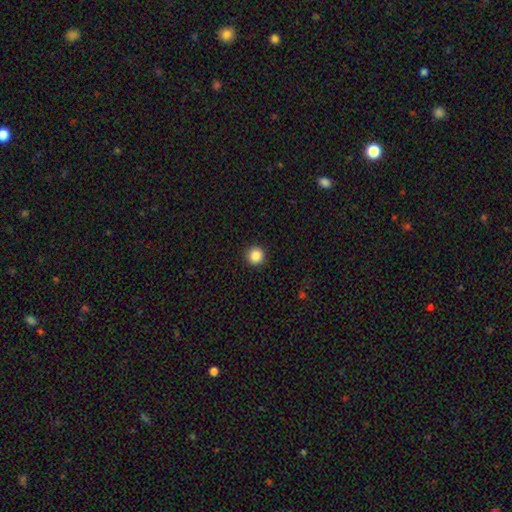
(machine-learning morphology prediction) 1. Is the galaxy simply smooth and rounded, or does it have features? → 86% smooth, 10% star or artifact, 3% featured or disk.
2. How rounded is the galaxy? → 95% round, 4% in between, 1% cigar-shaped.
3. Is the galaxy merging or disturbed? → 93% none, 4% minor disturbance, 2% major disturbance, 1% merger.